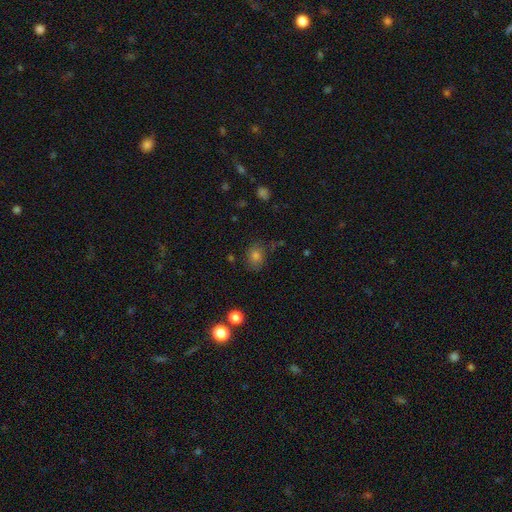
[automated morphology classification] This is likely a smooth galaxy (77%). How rounded: likely round (64%). Merging: likely none (77%).